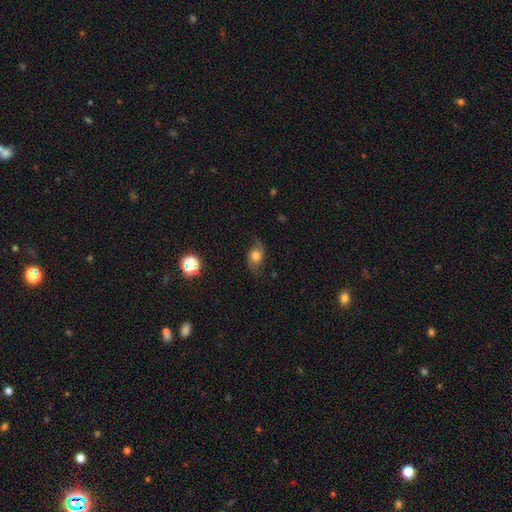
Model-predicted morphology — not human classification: A featured or disk galaxy (51%). Merging: none (67%).